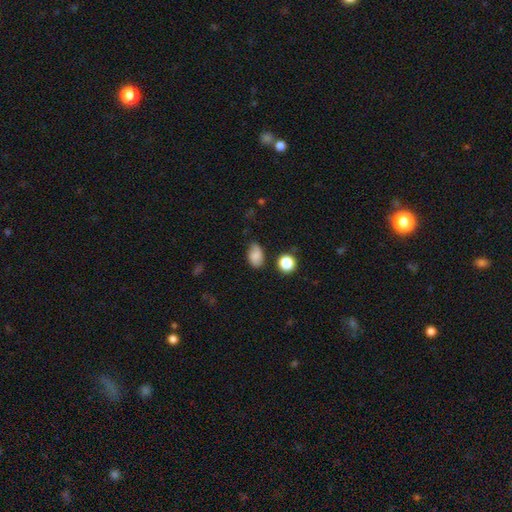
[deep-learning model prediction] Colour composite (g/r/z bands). It shows a smooth galaxy with no disk features (80%) that is in between round and cigar-shaped (85%). Merging: none (69%).